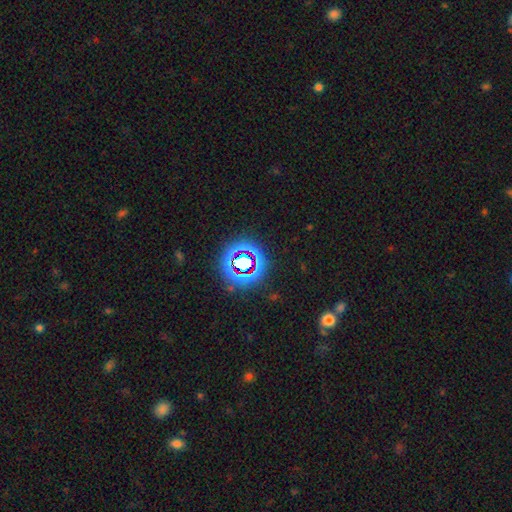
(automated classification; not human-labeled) This is likely a star or artifact rather than a galaxy (65%).